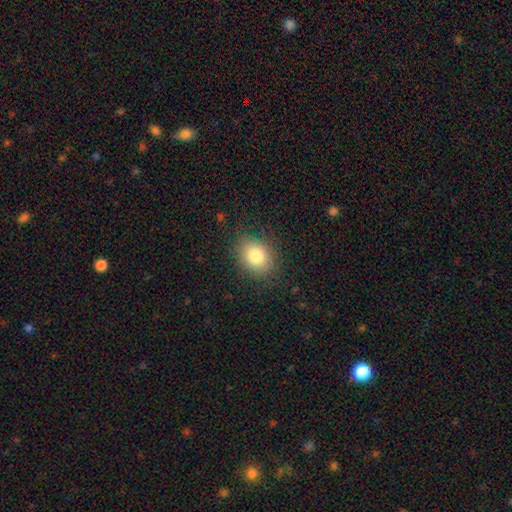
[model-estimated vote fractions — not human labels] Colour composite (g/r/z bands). It shows a smooth galaxy with no disk features (81%) that is round (50%). Merging: none (84%).